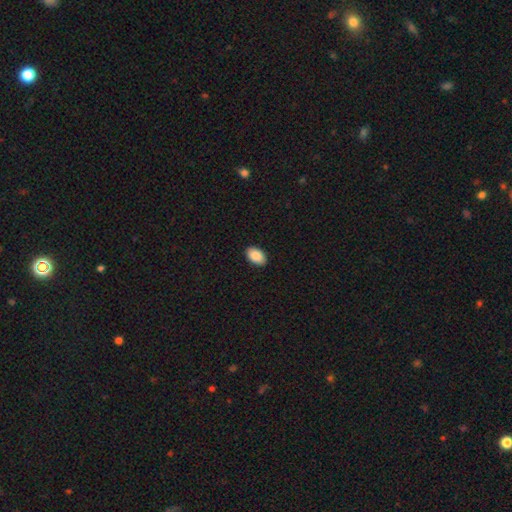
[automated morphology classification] smooth_or_featured: smooth (p=0.89) [alt: star or artifact p=0.07]
how_rounded: in between (p=0.91) [alt: round p=0.08]
merging: none (p=0.90) [alt: minor disturbance p=0.07]